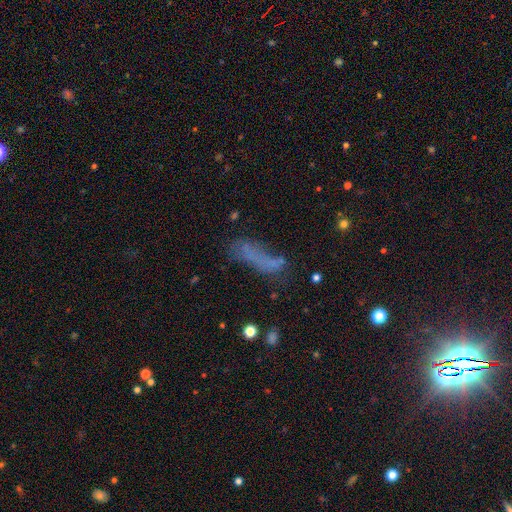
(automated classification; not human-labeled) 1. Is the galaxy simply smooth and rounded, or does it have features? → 51% smooth, 25% featured or disk, 24% star or artifact.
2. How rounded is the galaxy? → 60% cigar-shaped, 36% in between, 4% round.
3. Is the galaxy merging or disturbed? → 47% none, 24% minor disturbance, 21% major disturbance, 8% merger.